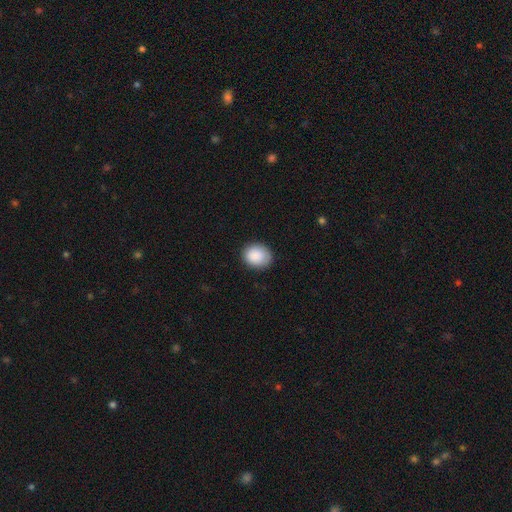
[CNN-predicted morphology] smooth 89%, star or artifact 7%, featured or disk 4%. Down the decision tree: how rounded — round (61%); merging — none (84%).